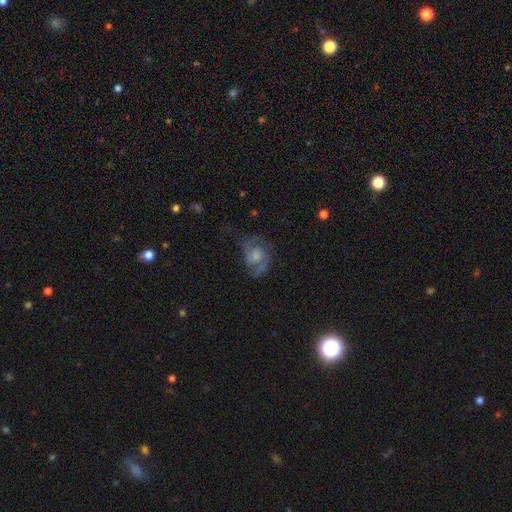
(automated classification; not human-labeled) smooth_or_featured: featured or disk (p=0.75) [alt: smooth p=0.13]
disk_edge_on: no (p=0.97) [alt: yes p=0.03]
bar: no (p=0.57) [alt: weak p=0.36]
has_spiral_arms: yes (p=0.94) [alt: no p=0.06]
spiral_winding: medium (p=0.53) [alt: tight p=0.29]
spiral_arm_count: 2 (p=0.77) [alt: can't tell p=0.10]
bulge_size: moderate (p=0.42) [alt: small p=0.36]
merging: none (p=0.69) [alt: minor disturbance p=0.18]